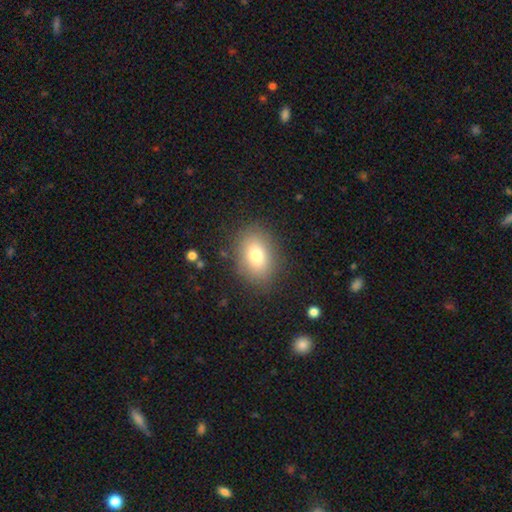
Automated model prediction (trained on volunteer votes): Smooth or featured? smooth (77%)
How rounded? in between (74%)
Merging? none (85%)